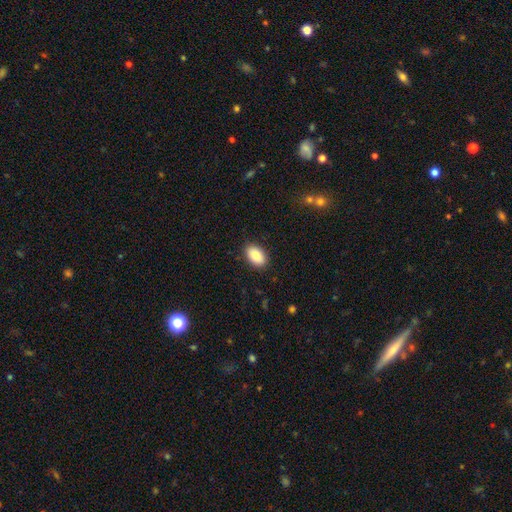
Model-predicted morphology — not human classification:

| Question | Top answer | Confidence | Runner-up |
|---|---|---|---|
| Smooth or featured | smooth | 85% | featured or disk (8%) |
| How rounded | in between | 91% | round (8%) |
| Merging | none | 89% | minor disturbance (8%) |